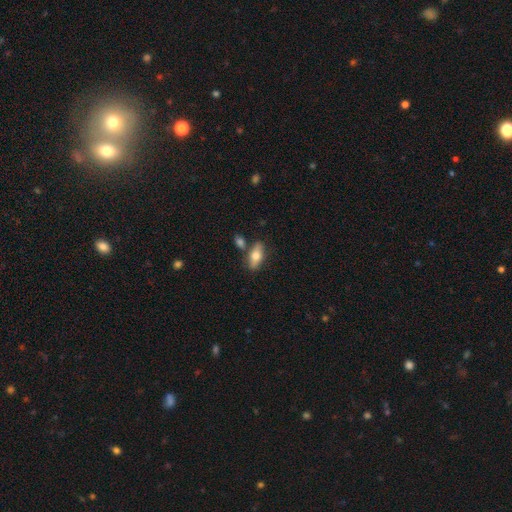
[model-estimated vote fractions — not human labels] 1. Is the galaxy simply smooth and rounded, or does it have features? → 71% smooth, 23% featured or disk, 7% star or artifact.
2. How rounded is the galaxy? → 78% in between, 18% cigar-shaped, 4% round.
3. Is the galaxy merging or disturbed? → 72% none, 14% minor disturbance, 11% merger, 3% major disturbance.